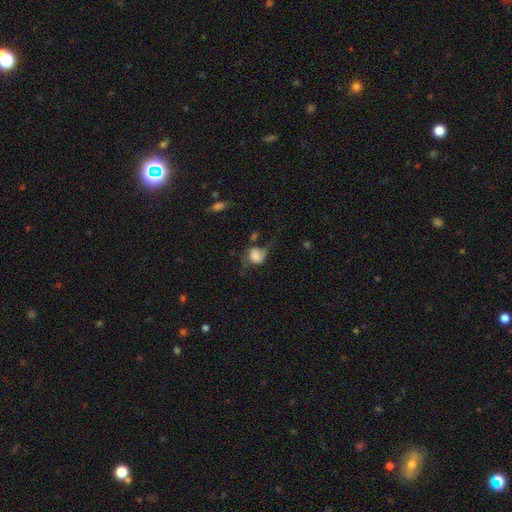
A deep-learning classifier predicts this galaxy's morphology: This is possibly a smooth galaxy (57%). How rounded: possibly round (59%). Merging: marginally none (37%).